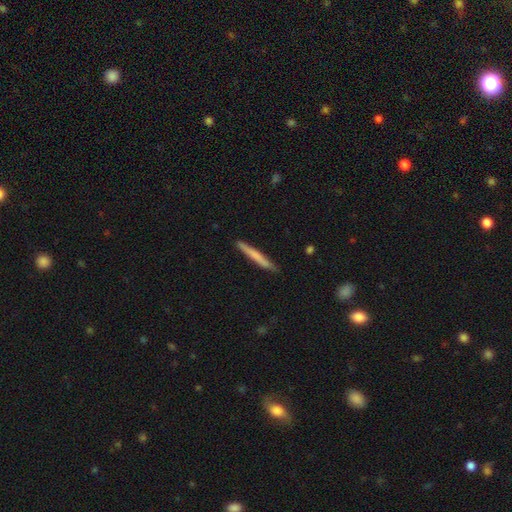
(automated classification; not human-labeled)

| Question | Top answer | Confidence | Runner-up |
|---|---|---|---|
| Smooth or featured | smooth | 65% | featured or disk (30%) |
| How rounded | cigar-shaped | 97% | in between (2%) |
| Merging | none | 87% | minor disturbance (10%) |